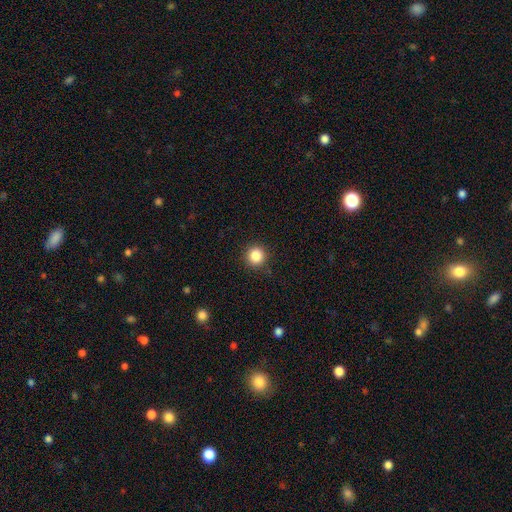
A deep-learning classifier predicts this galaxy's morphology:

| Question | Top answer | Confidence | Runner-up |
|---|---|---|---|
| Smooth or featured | smooth | 85% | star or artifact (11%) |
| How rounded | round | 94% | in between (5%) |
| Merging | none | 91% | minor disturbance (6%) |